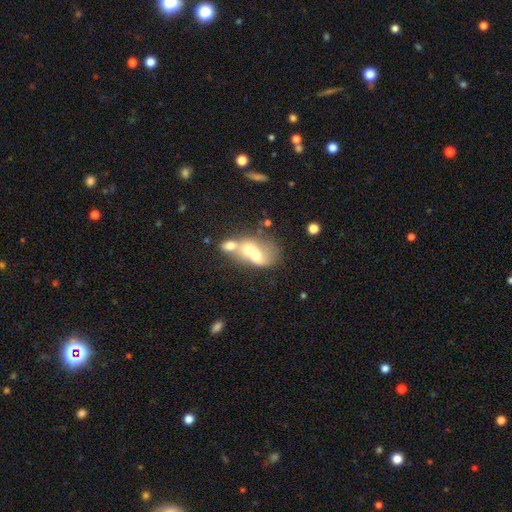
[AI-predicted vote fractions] A smooth galaxy with no disk features (50%) that is in between round and cigar-shaped (58%).

Vote fractions:
- Smooth or featured? smooth: 50% / featured or disk: 39% / star or artifact: 10%
- How rounded? in between: 58% / round: 40% / cigar-shaped: 2%
- Merging? merger: 78% / none: 10% / major disturbance: 7% / minor disturbance: 5%